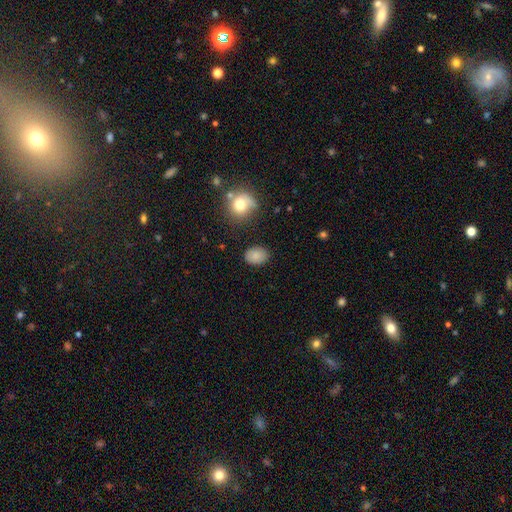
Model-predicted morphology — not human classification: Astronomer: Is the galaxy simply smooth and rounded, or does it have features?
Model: smooth — 83%.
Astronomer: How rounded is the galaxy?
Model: in between — 70%.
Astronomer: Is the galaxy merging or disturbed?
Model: none — 84%.